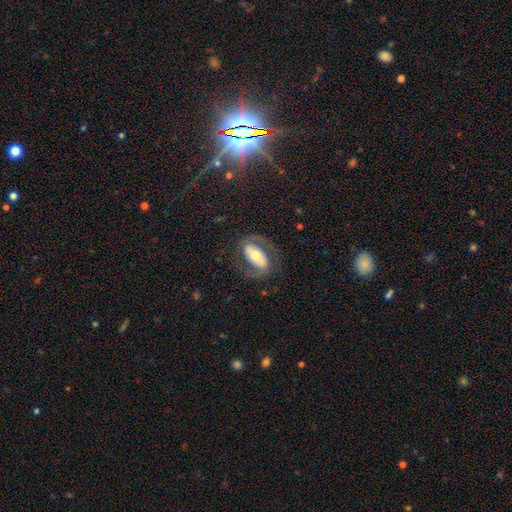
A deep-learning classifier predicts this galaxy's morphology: The model was most divided on "spiral winding": medium: 49%, tight: 26%, loose: 24%. Remaining: edge-on disk — no (93%); spiral arm count — 2 (86%); spiral arms — yes (83%); merging — none (72%); smooth or featured — featured or disk (70%); bulge size — moderate (59%); bar — strong (50%).